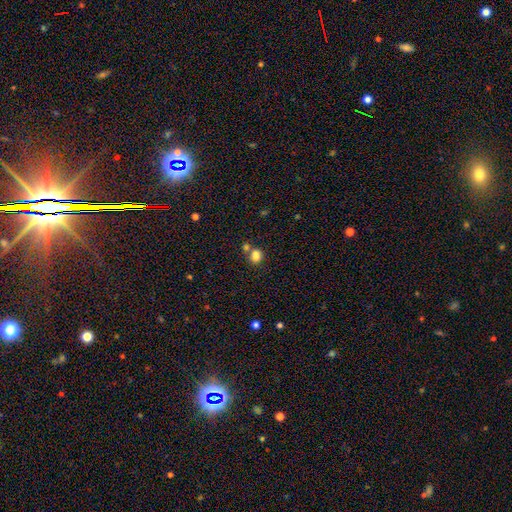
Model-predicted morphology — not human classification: Q: Smooth or featured?
A: smooth (79%); runner-up: star or artifact (13%)
Q: How rounded?
A: round (61%); runner-up: in between (38%)
Q: Merging?
A: none (49%); runner-up: merger (38%)